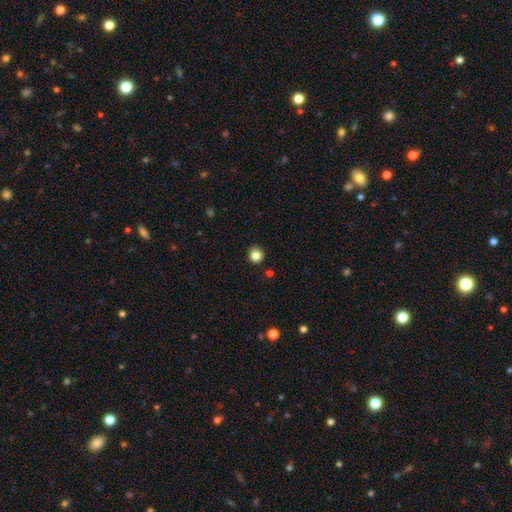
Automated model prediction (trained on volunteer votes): This is clearly a smooth galaxy (84%). How rounded: clearly round (90%). Merging: clearly none (90%).